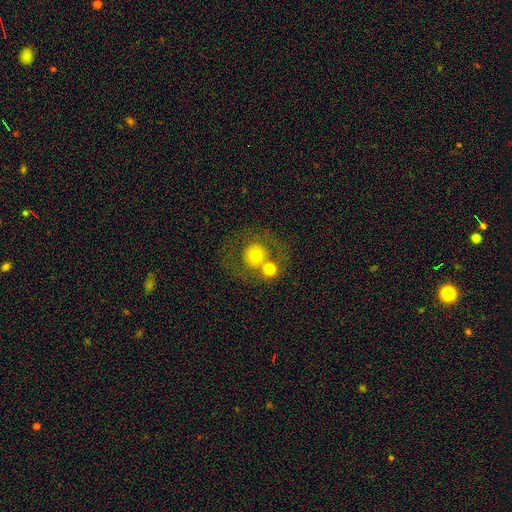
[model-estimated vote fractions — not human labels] The model was most divided on "merging": none: 54%, merger: 27%, minor disturbance: 10%, major disturbance: 9%. More confident: how rounded — round (91%); smooth or featured — smooth (60%).